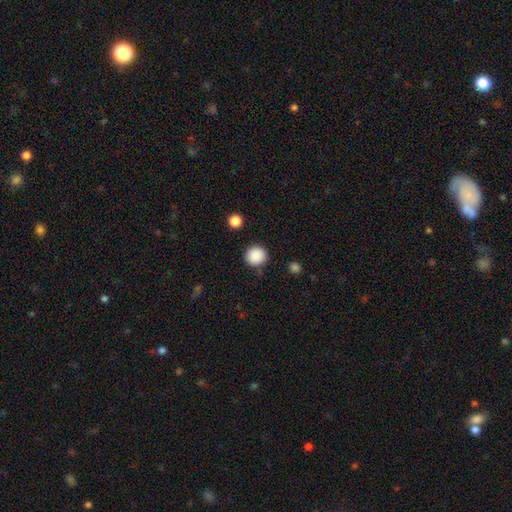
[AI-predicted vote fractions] smooth_or_featured: smooth (p=0.88) [alt: star or artifact p=0.09]
how_rounded: round (p=0.93) [alt: in between p=0.06]
merging: none (p=0.88) [alt: minor disturbance p=0.08]